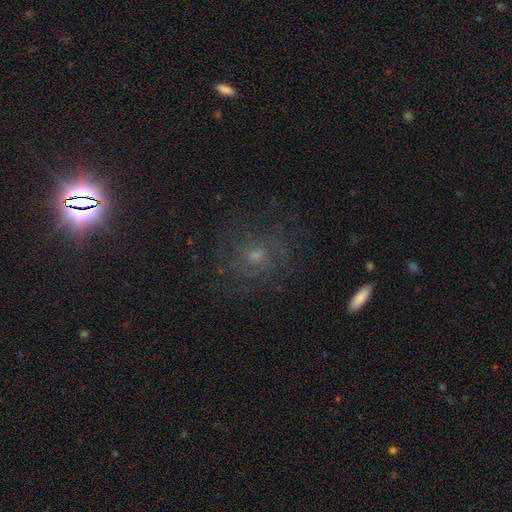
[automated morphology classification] Smooth or featured? featured or disk (57%)
Edge-on disk? no (96%)
Bar? no (70%)
Spiral arms? yes (75%)
Bulge size? small (54%)
Merging? none (68%)